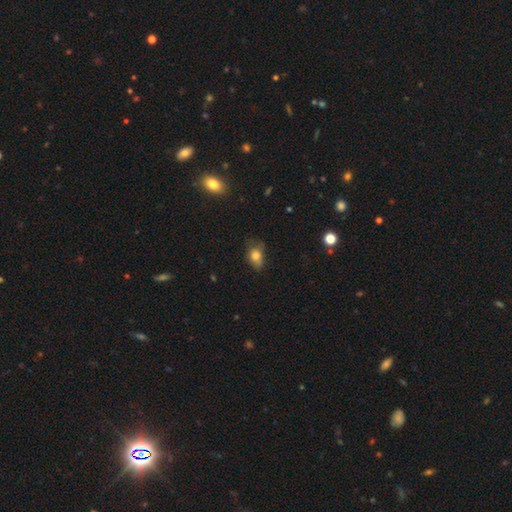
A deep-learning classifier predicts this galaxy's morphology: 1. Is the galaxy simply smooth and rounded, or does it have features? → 78% smooth, 12% featured or disk, 10% star or artifact.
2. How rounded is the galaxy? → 74% in between, 24% round, 2% cigar-shaped.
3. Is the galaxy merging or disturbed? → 51% none, 34% minor disturbance, 12% major disturbance, 2% merger.